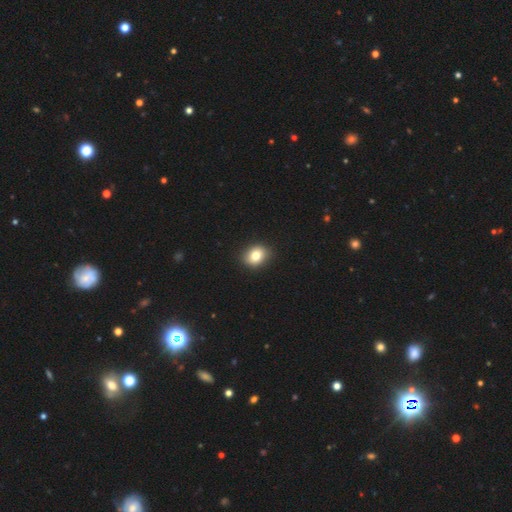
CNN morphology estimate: type=smooth (81%); roundness=in between (50%); merging=none (89%).